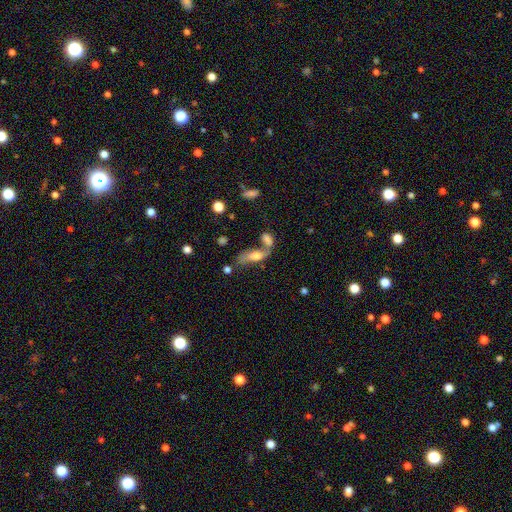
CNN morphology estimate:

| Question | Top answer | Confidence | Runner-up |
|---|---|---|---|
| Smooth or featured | smooth | 52% | featured or disk (39%) |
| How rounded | in between | 62% | cigar-shaped (34%) |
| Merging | merger | 44% | none (33%) |